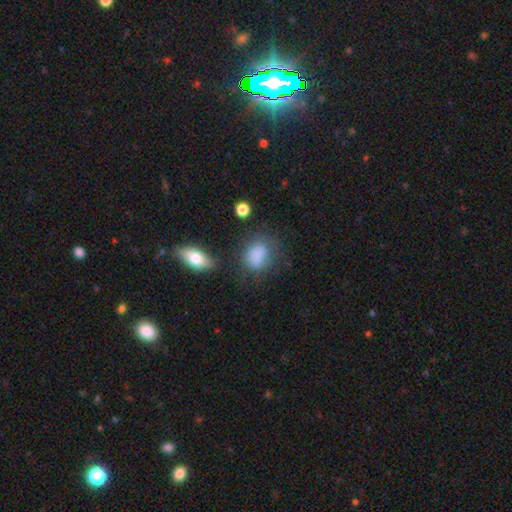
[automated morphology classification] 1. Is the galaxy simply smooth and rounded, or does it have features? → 81% smooth, 11% star or artifact, 8% featured or disk.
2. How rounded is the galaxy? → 67% in between, 31% round, 2% cigar-shaped.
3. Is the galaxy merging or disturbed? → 57% none, 26% minor disturbance, 12% major disturbance, 5% merger.